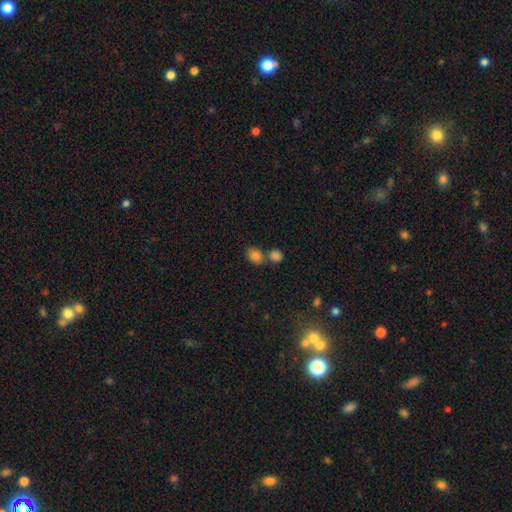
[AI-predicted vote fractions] Smooth or featured?
  - smooth: 84% *
  - star or artifact: 11%
  - featured or disk: 6%
How rounded?
  - in between: 53% *
  - round: 46%
  - cigar-shaped: 1%
Merging?
  - none: 46% *
  - merger: 41%
  - minor disturbance: 10%
  - major disturbance: 4%